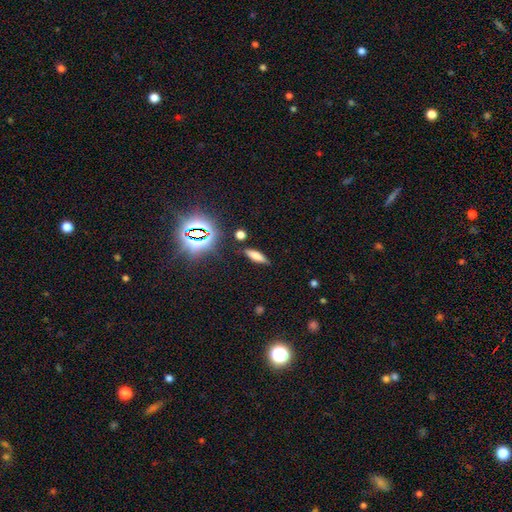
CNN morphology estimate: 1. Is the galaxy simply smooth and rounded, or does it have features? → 64% smooth, 18% star or artifact, 18% featured or disk.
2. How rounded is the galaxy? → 58% cigar-shaped, 38% in between, 4% round.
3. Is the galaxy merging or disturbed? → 84% none, 11% minor disturbance, 3% major disturbance, 3% merger.